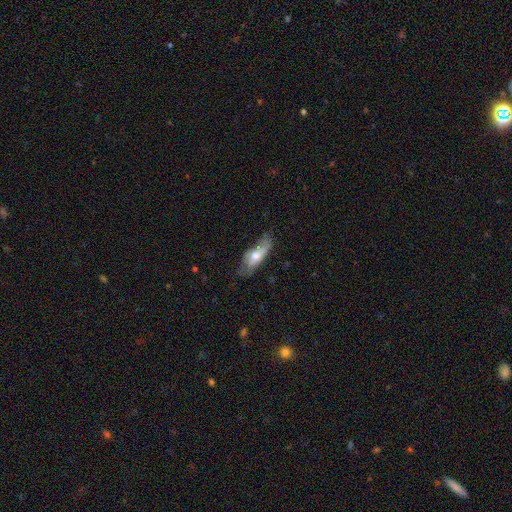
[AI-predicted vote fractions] smooth-or-featured: smooth: 60% | featured or disk: 34% | star or artifact: 7%
  how-rounded: in between: 64% | cigar-shaped: 34% | round: 2%
  merging: none: 47% | minor disturbance: 34% | major disturbance: 17% | merger: 3%